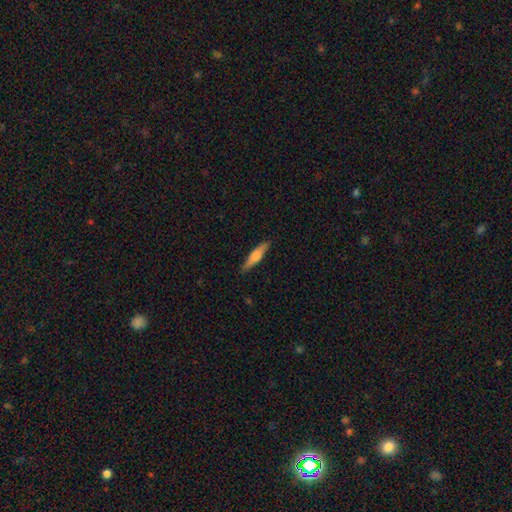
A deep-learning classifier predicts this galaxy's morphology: Smooth or featured?
  - smooth: 58% *
  - featured or disk: 36%
  - star or artifact: 6%
How rounded?
  - cigar-shaped: 80% *
  - in between: 19%
  - round: 2%
Merging?
  - none: 86% *
  - minor disturbance: 10%
  - major disturbance: 2%
  - merger: 1%